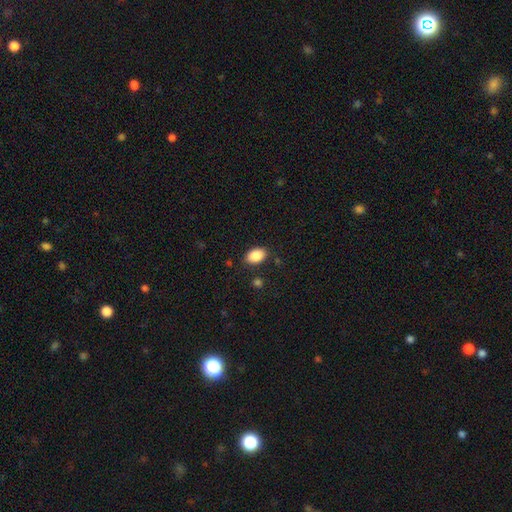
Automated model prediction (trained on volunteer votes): Morphology: type=smooth (87%); roundness=in between (87%); merging=none (84%).